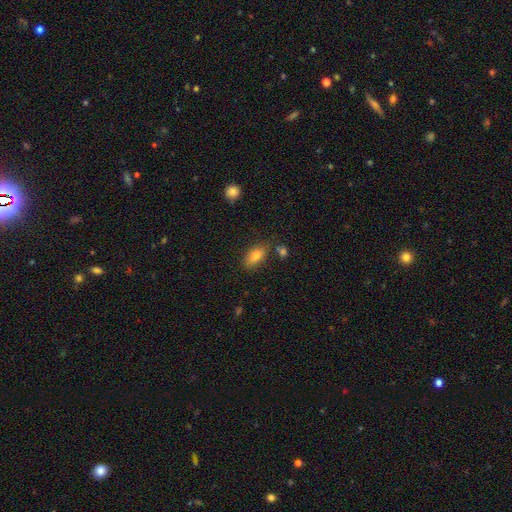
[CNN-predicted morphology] Smooth or featured? smooth (81%)
How rounded? in between (86%)
Merging? none (75%)